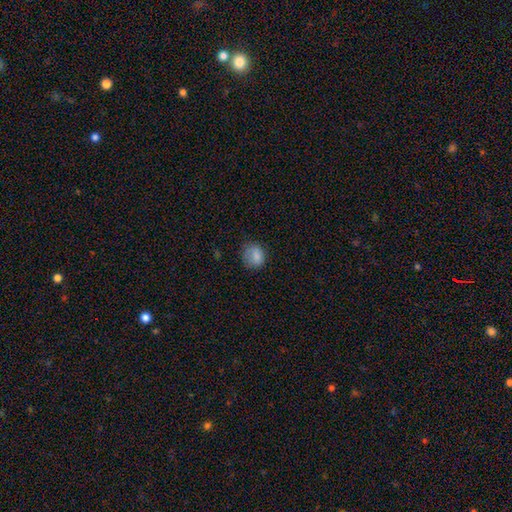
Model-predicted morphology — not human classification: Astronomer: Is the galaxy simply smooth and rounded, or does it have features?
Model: smooth — 82%.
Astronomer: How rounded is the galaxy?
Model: round — 62%.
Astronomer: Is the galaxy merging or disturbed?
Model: none — 65%.